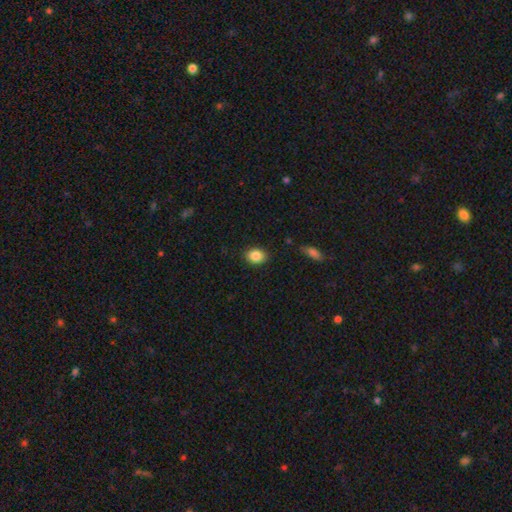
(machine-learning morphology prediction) Smooth or featured? smooth (86%)
How rounded? in between (57%)
Merging? none (87%)